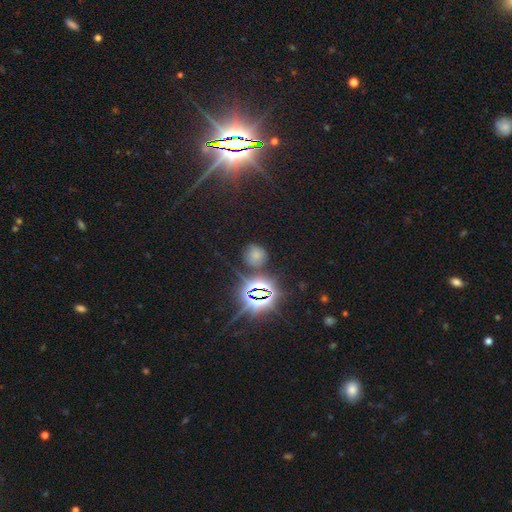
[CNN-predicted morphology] smooth-or-featured: smooth: 48% | star or artifact: 42% | featured or disk: 10%
  merging: none: 73% | minor disturbance: 16% | major disturbance: 7% | merger: 5%